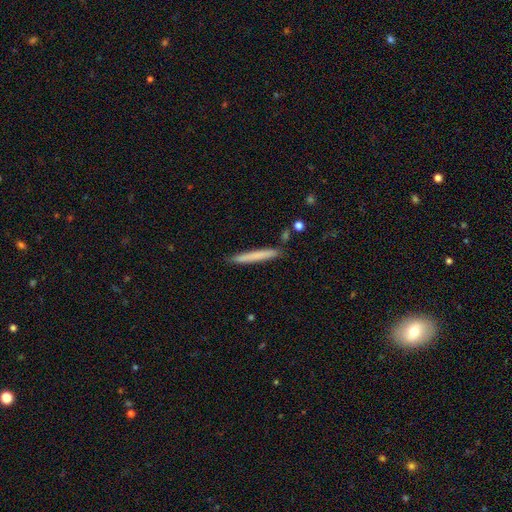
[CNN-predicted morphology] smooth_or_featured: smooth (p=0.71) [alt: featured or disk p=0.24]
how_rounded: cigar-shaped (p=0.97) [alt: in between p=0.02]
merging: none (p=0.89) [alt: minor disturbance p=0.08]